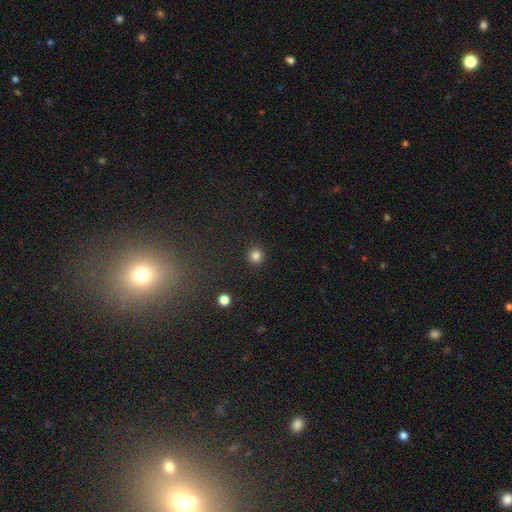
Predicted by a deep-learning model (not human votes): A smooth galaxy with no disk features (83%) that is round (95%).

Vote fractions:
- Smooth or featured? smooth: 83% / star or artifact: 13% / featured or disk: 4%
- How rounded? round: 95% / in between: 4% / cigar-shaped: 1%
- Merging? none: 92% / minor disturbance: 5% / major disturbance: 2% / merger: 1%